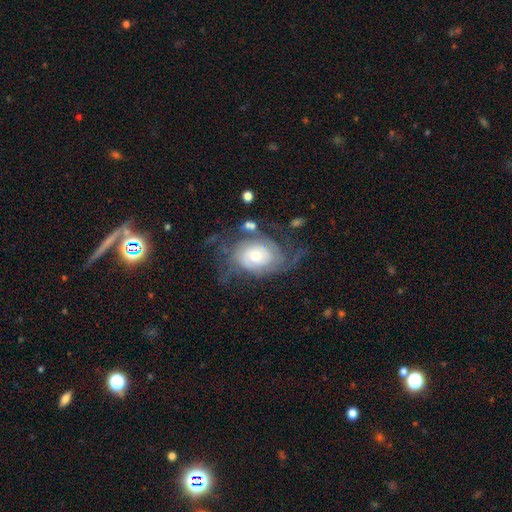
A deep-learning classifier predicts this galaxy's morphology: Smooth or featured: featured or disk — 74% (smooth — 19%)
Edge-on disk: no — 96% (yes — 4%)
Bar: no — 75% (weak — 21%)
Spiral arms: yes — 86% (no — 14%)
Spiral winding: tight — 50% (medium — 32%)
Spiral arm count: can't tell — 40% (2 — 31%)
Bulge size: moderate — 56% (small — 28%)
Merging: none — 47% (major disturbance — 28%)